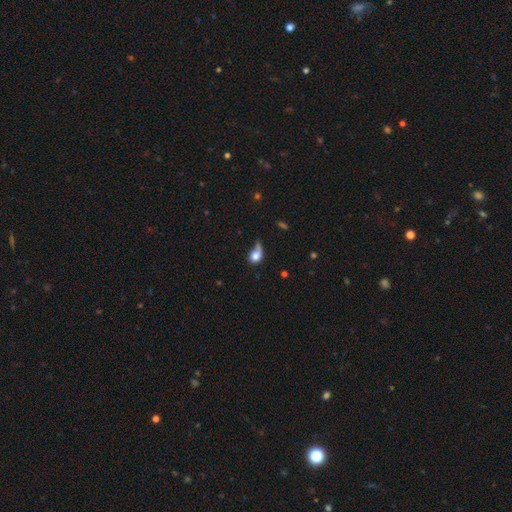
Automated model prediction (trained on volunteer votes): smooth_or_featured: smooth (p=0.74) [alt: featured or disk p=0.16]
how_rounded: round (p=0.49) [alt: in between p=0.48]
merging: none (p=0.31) [alt: major disturbance p=0.30]